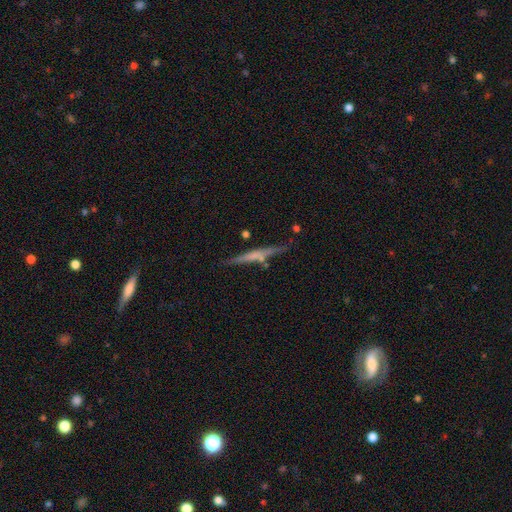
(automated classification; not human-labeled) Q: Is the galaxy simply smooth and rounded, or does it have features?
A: featured or disk — 58%.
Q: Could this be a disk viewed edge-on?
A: yes — 96%.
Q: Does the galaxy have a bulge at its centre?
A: none — 57%.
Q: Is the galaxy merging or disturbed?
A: none — 79%.